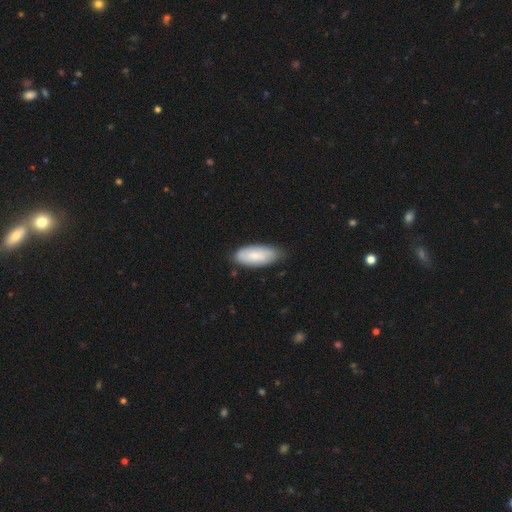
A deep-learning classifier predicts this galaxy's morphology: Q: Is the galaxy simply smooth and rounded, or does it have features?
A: smooth — 73%.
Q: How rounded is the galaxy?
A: in between — 85%.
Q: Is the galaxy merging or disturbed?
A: none — 72%.